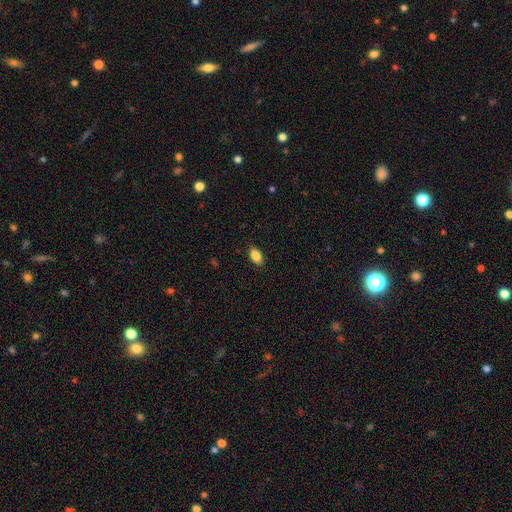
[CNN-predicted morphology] A smooth galaxy with no disk features (87%) that is in between round and cigar-shaped (92%).

Vote fractions:
- Smooth or featured? smooth: 87% / star or artifact: 8% / featured or disk: 5%
- How rounded? in between: 92% / round: 5% / cigar-shaped: 3%
- Merging? none: 89% / minor disturbance: 8% / major disturbance: 2% / merger: 1%